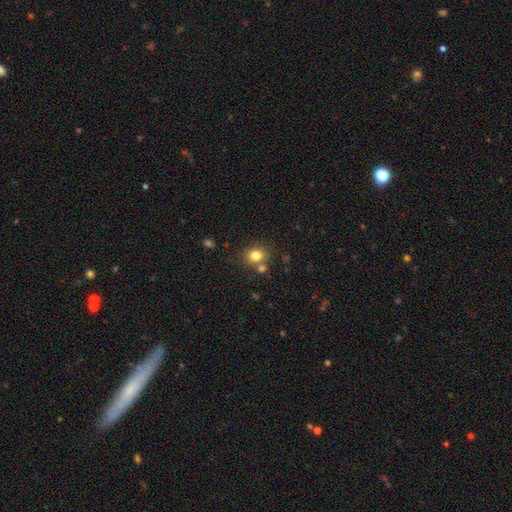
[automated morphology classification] type=smooth (80%); roundness=round (64%); merging=none (70%).